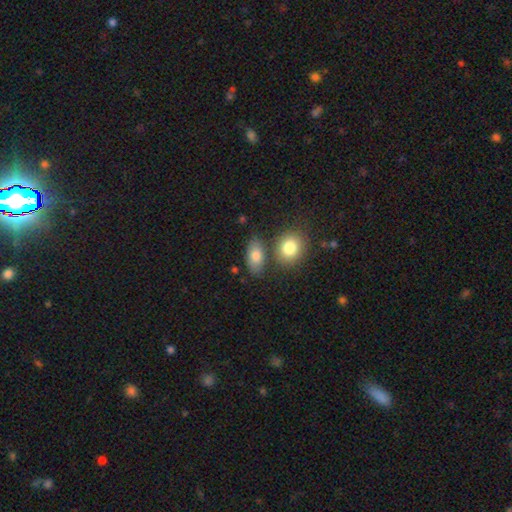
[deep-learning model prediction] Overall: smooth (81%). How rounded: in between (88%). Merging: none (69%).